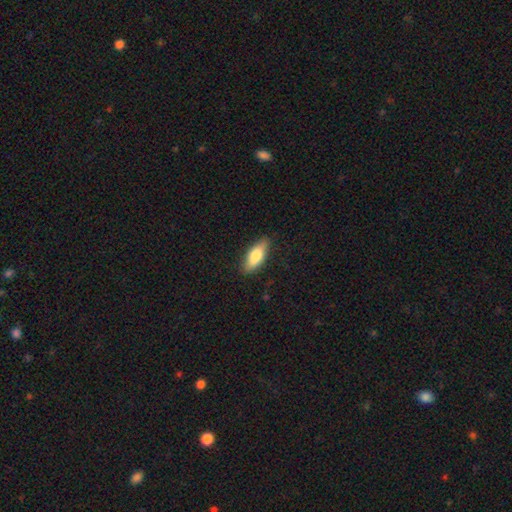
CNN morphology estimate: smooth-or-featured: smooth: 75% | featured or disk: 19% | star or artifact: 6%
  how-rounded: in between: 72% | cigar-shaped: 26% | round: 2%
  merging: none: 86% | minor disturbance: 11% | major disturbance: 2% | merger: 1%